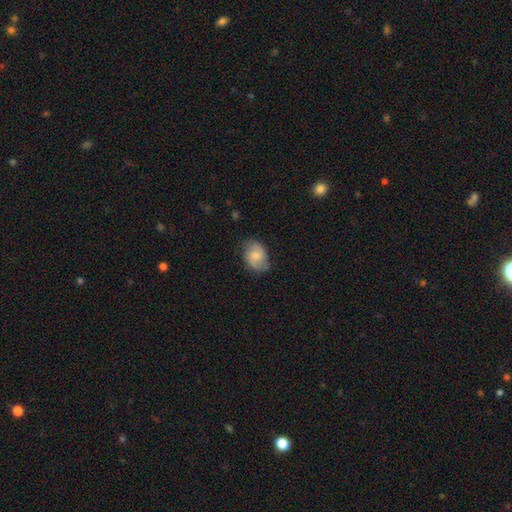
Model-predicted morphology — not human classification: smooth 47%, featured or disk 46%, star or artifact 7%. Down the decision tree: merging — none (75%).